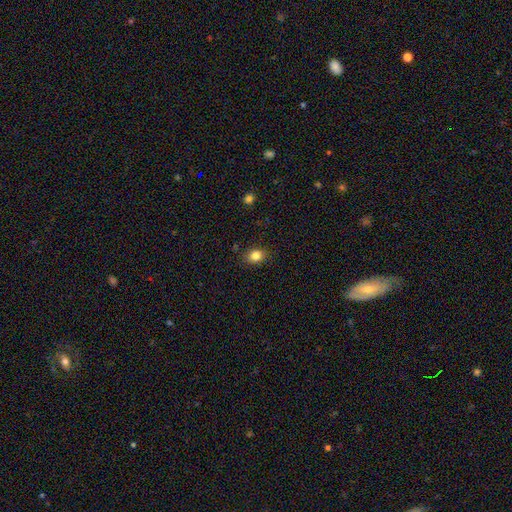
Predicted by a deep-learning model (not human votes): A smooth galaxy with no disk features (84%) that is in between round and cigar-shaped (57%).

Vote fractions:
- Smooth or featured? smooth: 84% / star or artifact: 10% / featured or disk: 6%
- How rounded? in between: 57% / round: 42% / cigar-shaped: 1%
- Merging? none: 86% / minor disturbance: 10% / major disturbance: 3% / merger: 1%